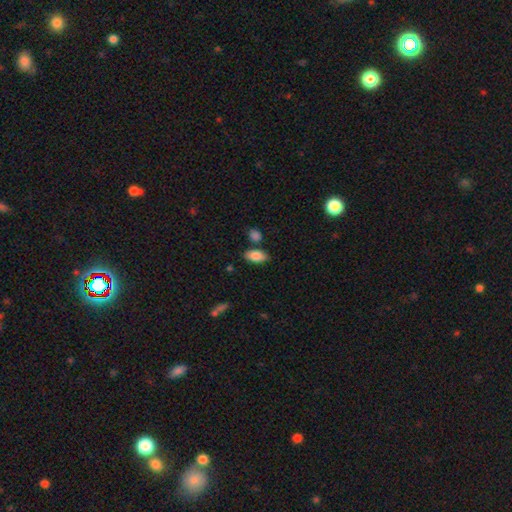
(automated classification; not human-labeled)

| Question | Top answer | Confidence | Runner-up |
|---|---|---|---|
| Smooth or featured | smooth | 85% | featured or disk (8%) |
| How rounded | in between | 91% | cigar-shaped (5%) |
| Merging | none | 79% | minor disturbance (12%) |